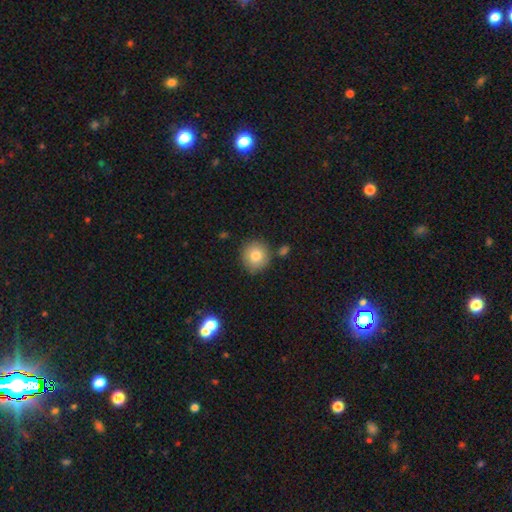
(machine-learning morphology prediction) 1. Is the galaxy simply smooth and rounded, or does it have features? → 82% smooth, 9% featured or disk, 9% star or artifact.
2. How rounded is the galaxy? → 90% round, 10% in between, 1% cigar-shaped.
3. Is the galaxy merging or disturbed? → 82% none, 10% minor disturbance, 5% merger, 3% major disturbance.